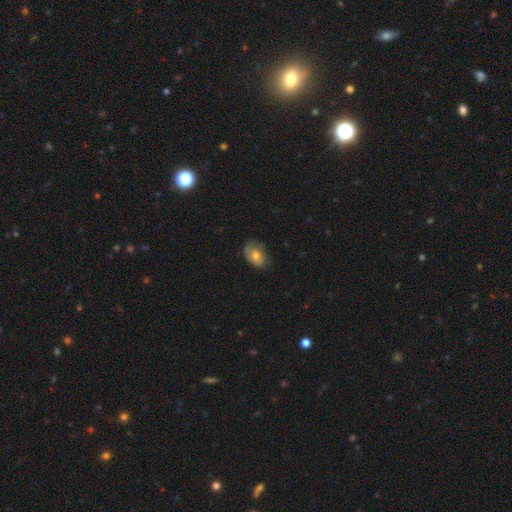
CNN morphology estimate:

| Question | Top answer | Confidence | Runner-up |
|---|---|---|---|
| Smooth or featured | smooth | 71% | featured or disk (21%) |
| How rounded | in between | 82% | round (17%) |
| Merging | none | 62% | minor disturbance (29%) |